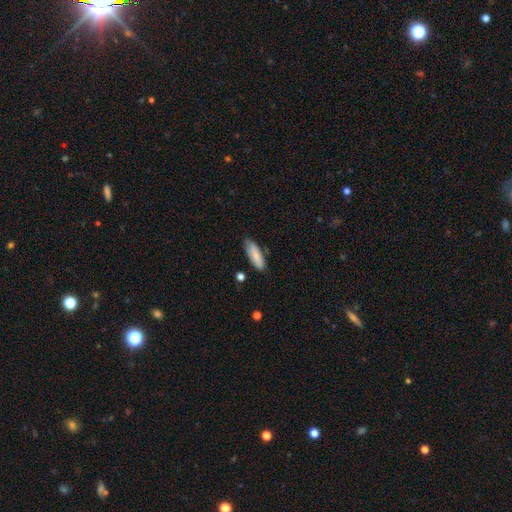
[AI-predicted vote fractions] This is clearly a smooth galaxy (83%). How rounded: possibly in between (54%). Merging: likely none (79%).